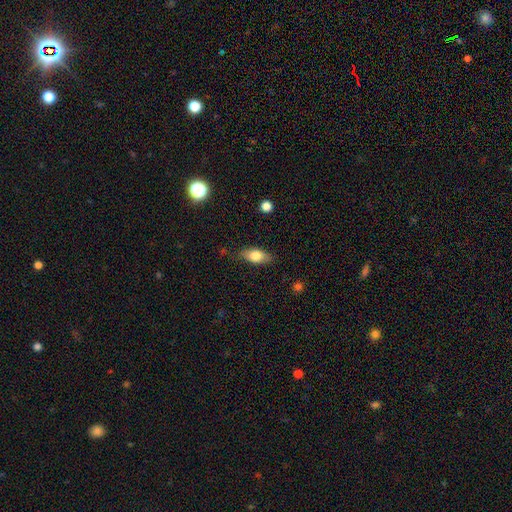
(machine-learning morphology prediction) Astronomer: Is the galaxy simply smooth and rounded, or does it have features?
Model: smooth — 74%.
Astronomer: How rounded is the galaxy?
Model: in between — 83%.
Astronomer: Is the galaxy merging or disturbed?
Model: none — 81%.